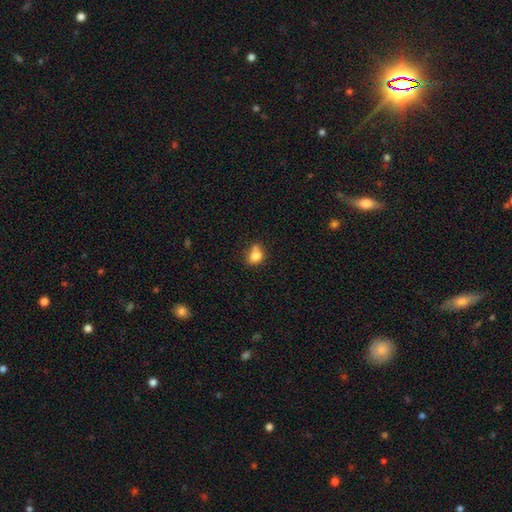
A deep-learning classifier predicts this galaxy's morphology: smooth_or_featured: smooth (p=0.80) [alt: star or artifact p=0.10]
how_rounded: in between (p=0.50) [alt: round p=0.49]
merging: none (p=0.49) [alt: merger p=0.25]